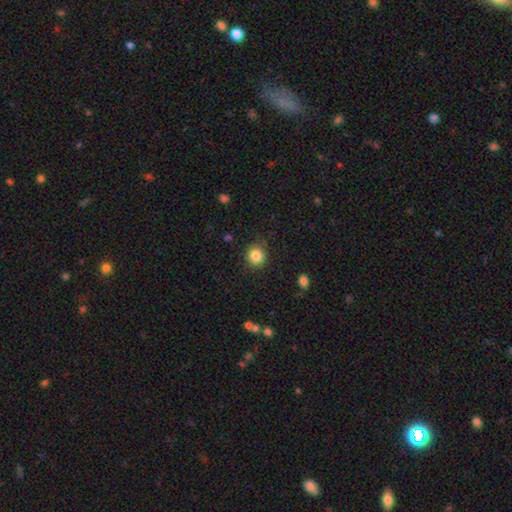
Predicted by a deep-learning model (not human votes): Morphology: type=smooth (84%); roundness=round (90%); merging=none (86%).